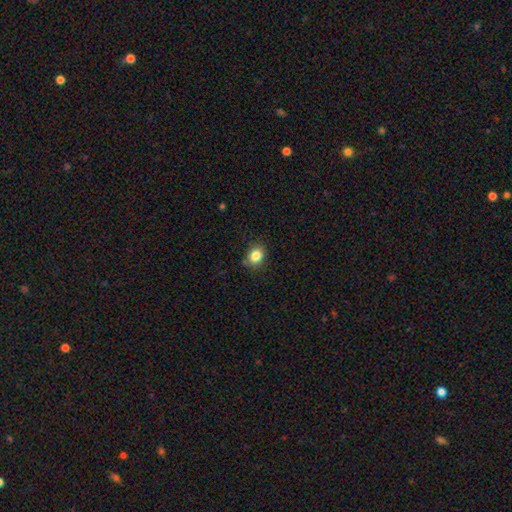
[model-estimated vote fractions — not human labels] Morphology: type=smooth (84%); roundness=round (58%); merging=none (82%).